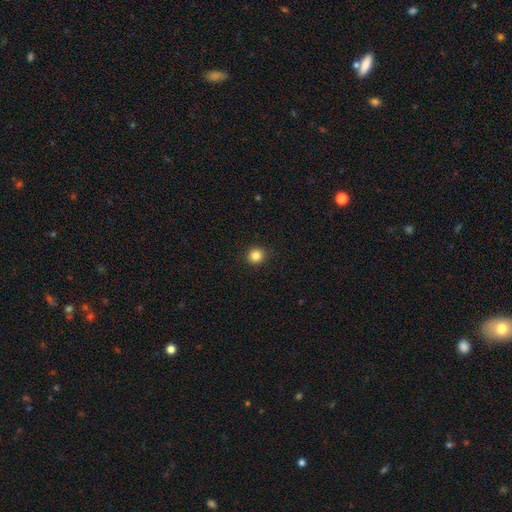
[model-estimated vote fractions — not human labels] Smooth or featured? smooth (84%)
How rounded? round (90%)
Merging? none (91%)